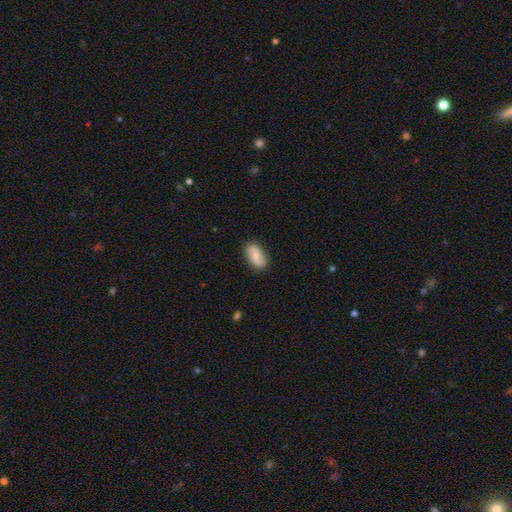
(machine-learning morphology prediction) smooth_or_featured: smooth (p=0.55) [alt: featured or disk p=0.39]
how_rounded: in between (p=0.91) [alt: round p=0.06]
merging: none (p=0.84) [alt: minor disturbance p=0.12]